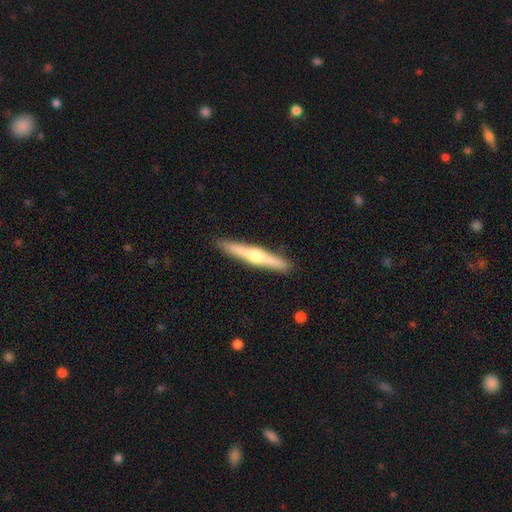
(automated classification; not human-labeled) Smooth or featured? Predicted: featured or disk (p=0.66). Edge-on disk? Predicted: yes (p=0.97). Edge-on bulge? Predicted: rounded (p=0.92). Merging? Predicted: none (p=0.91).